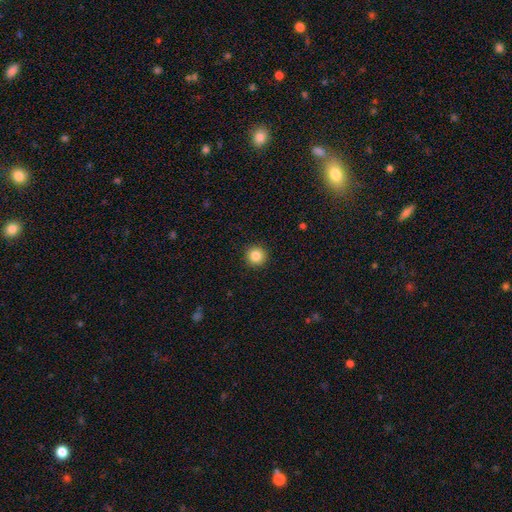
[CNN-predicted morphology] type=smooth (85%); roundness=round (95%); merging=none (93%).